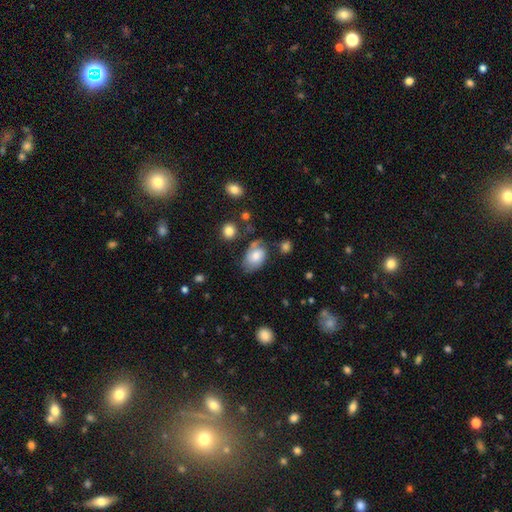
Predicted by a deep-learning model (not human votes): smooth_or_featured: smooth (p=0.55) [alt: featured or disk p=0.37]
how_rounded: in between (p=0.83) [alt: round p=0.15]
merging: none (p=0.48) [alt: minor disturbance p=0.30]